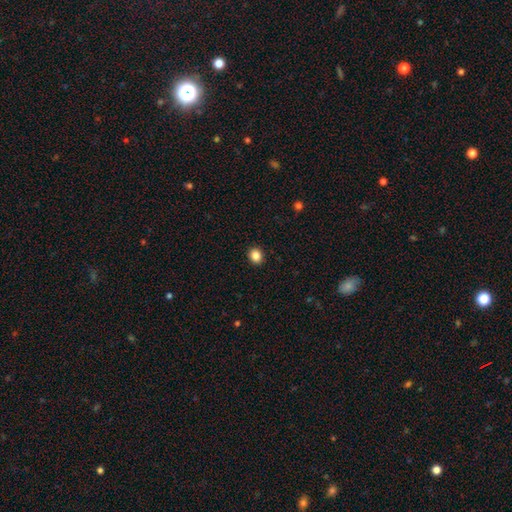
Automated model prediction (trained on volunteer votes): Smooth or featured? smooth (86%)
How rounded? round (67%)
Merging? none (92%)